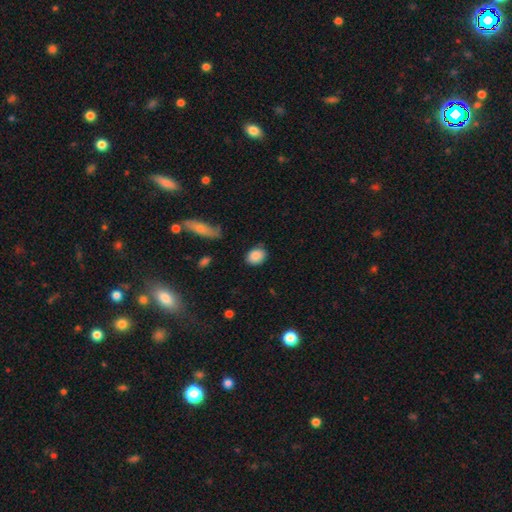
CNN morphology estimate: Overall: smooth (87%). How rounded: in between (58%; round 41%). Merging: none (79%).